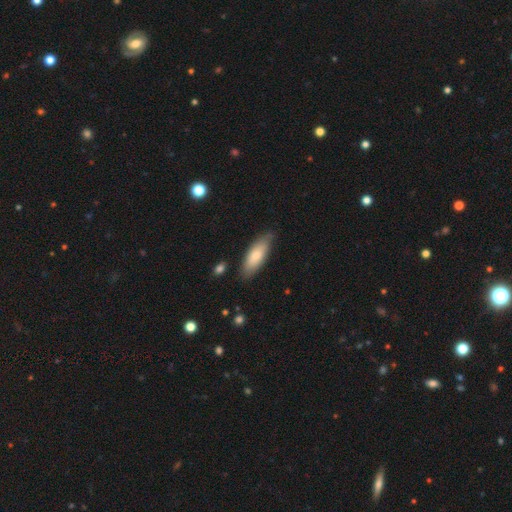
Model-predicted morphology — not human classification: smooth 79%, featured or disk 16%, star or artifact 5%. Down the decision tree: how rounded — in between (65%); merging — none (76%).